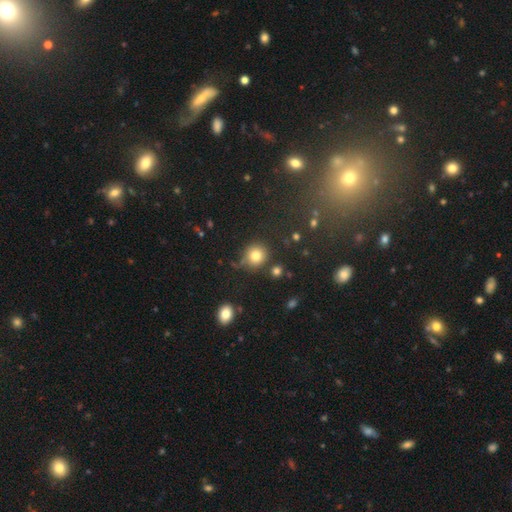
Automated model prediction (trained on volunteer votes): Smooth or featured?
  - smooth: 81% *
  - star or artifact: 12%
  - featured or disk: 7%
How rounded?
  - round: 88% *
  - in between: 10%
  - cigar-shaped: 1%
Merging?
  - none: 76% *
  - minor disturbance: 14%
  - merger: 6%
  - major disturbance: 4%